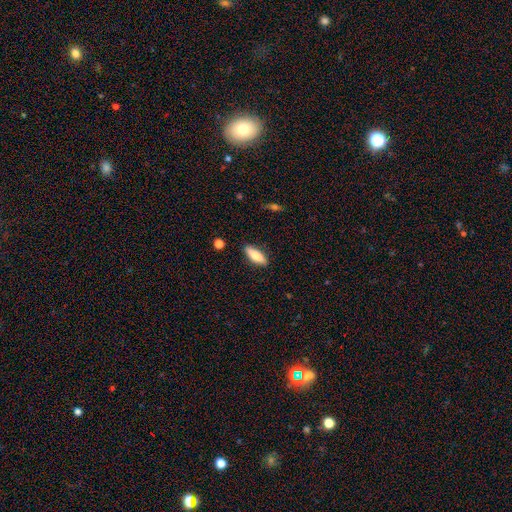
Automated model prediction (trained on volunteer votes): This appears to be a smooth galaxy with no disk features (77%) that is in between round and cigar-shaped (61%). Merging: none (87%).